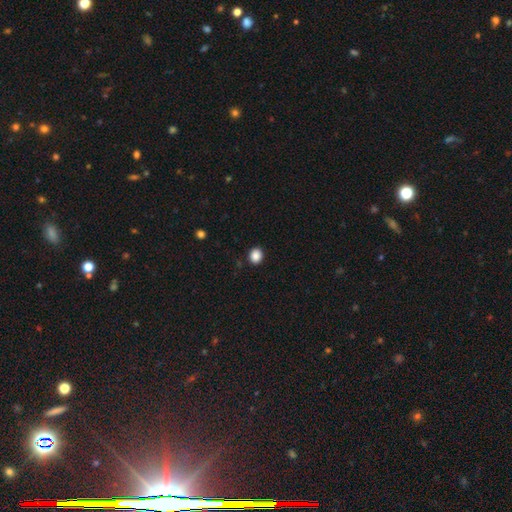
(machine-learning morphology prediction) Smooth or featured?
  - smooth: 88% *
  - star or artifact: 9%
  - featured or disk: 3%
How rounded?
  - round: 68% *
  - in between: 31%
  - cigar-shaped: 1%
Merging?
  - none: 91% *
  - minor disturbance: 6%
  - major disturbance: 2%
  - merger: 1%